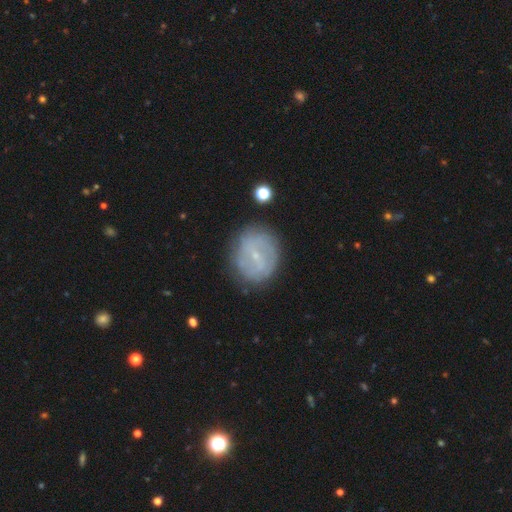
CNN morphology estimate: Smooth or featured?
  - featured or disk: 61% *
  - smooth: 31%
  - star or artifact: 8%
Edge-on disk?
  - no: 96% *
  - yes: 4%
Bar?
  - weak: 48% *
  - no: 35%
  - strong: 18%
Spiral arms?
  - yes: 65% *
  - no: 35%
Bulge size?
  - small: 84% *
  - moderate: 11%
  - none: 4%
  - large: 1%
  - dominant: 1%
Merging?
  - none: 80% *
  - minor disturbance: 13%
  - major disturbance: 4%
  - merger: 2%